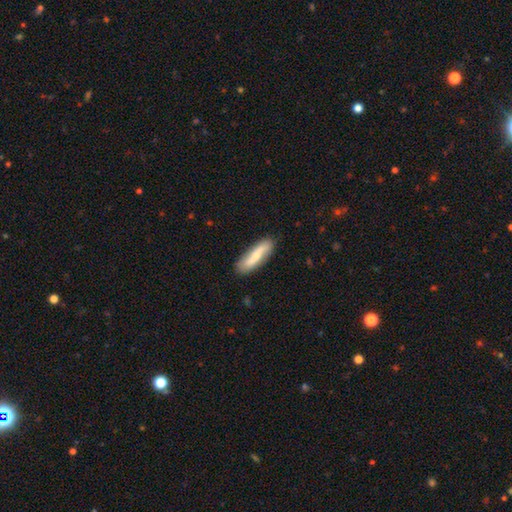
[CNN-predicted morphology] Q: Smooth or featured?
A: smooth (58%); runner-up: featured or disk (37%)
Q: How rounded?
A: cigar-shaped (61%); runner-up: in between (37%)
Q: Merging?
A: none (84%); runner-up: minor disturbance (13%)